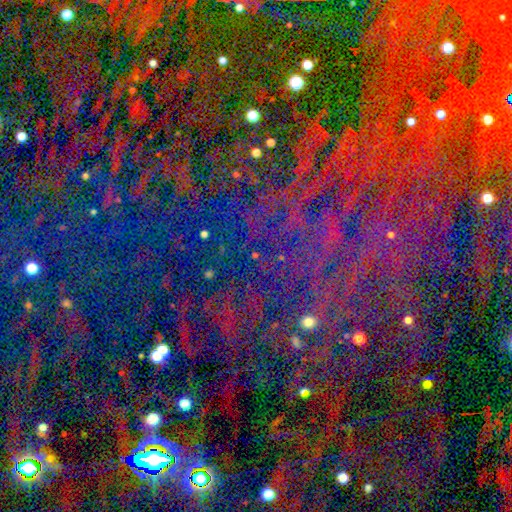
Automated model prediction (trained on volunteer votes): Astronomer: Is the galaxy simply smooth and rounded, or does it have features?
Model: star or artifact — 77%.